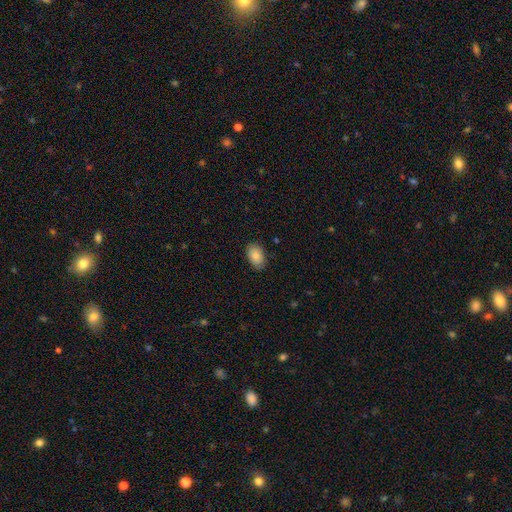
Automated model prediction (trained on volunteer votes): smooth_or_featured: smooth (p=0.84) [alt: featured or disk p=0.08]
how_rounded: in between (p=0.91) [alt: round p=0.08]
merging: none (p=0.84) [alt: minor disturbance p=0.12]